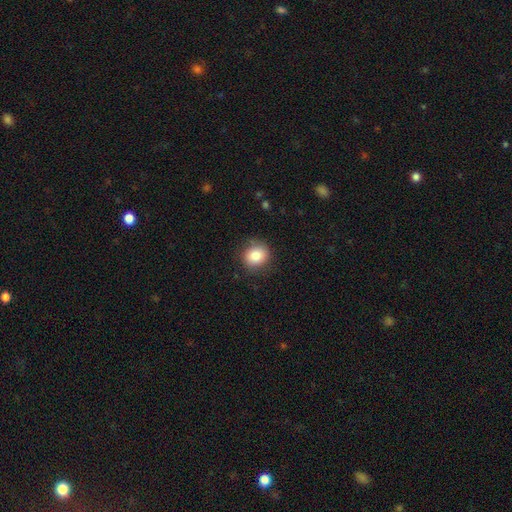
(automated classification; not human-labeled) Morphology: type=smooth (84%); roundness=round (77%); merging=none (82%).